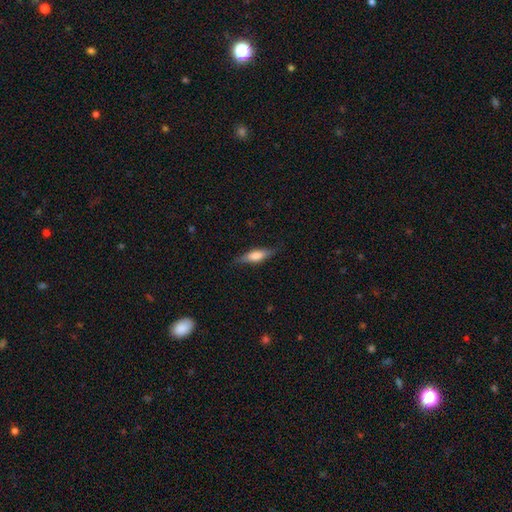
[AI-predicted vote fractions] A smooth galaxy with no disk features (53%) that is cigar-shaped (51%).

Vote fractions:
- Smooth or featured? smooth: 53% / featured or disk: 40% / star or artifact: 7%
- How rounded? cigar-shaped: 51% / in between: 46% / round: 3%
- Merging? none: 79% / minor disturbance: 16% / major disturbance: 4% / merger: 1%